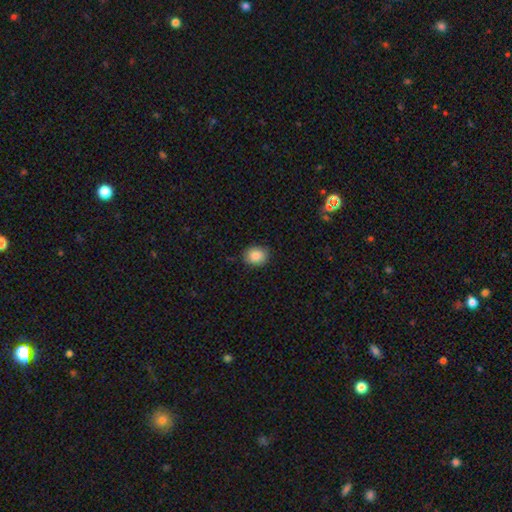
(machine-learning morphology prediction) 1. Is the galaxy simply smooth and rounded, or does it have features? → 87% smooth, 8% star or artifact, 5% featured or disk.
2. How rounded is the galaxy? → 58% round, 41% in between, 1% cigar-shaped.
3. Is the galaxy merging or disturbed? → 85% none, 12% minor disturbance, 2% major disturbance, 1% merger.